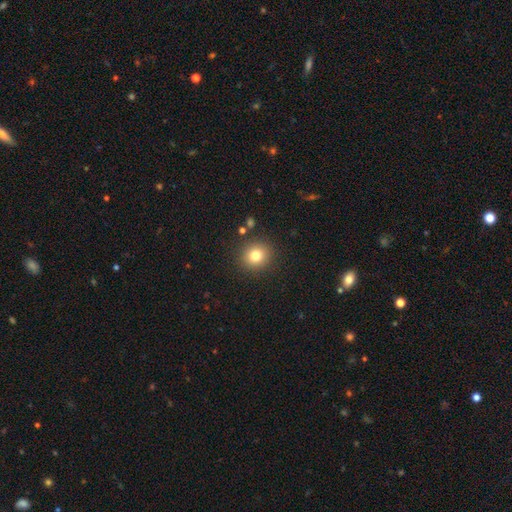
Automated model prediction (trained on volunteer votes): Overall: smooth (80%). How rounded: round (84%). Merging: none (88%).